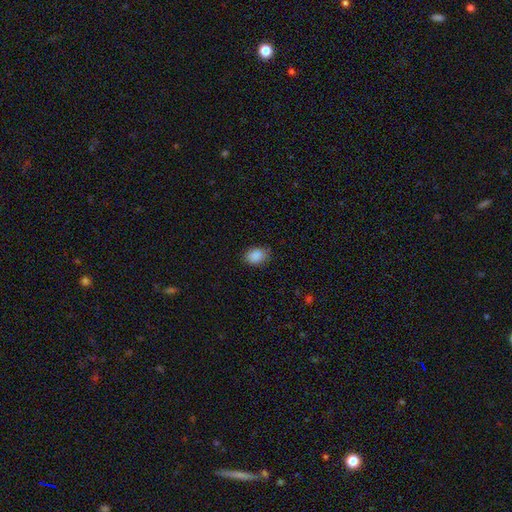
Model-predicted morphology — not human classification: This appears to be a smooth galaxy with no disk features (88%) that is in between round and cigar-shaped (74%). Merging: none (79%).